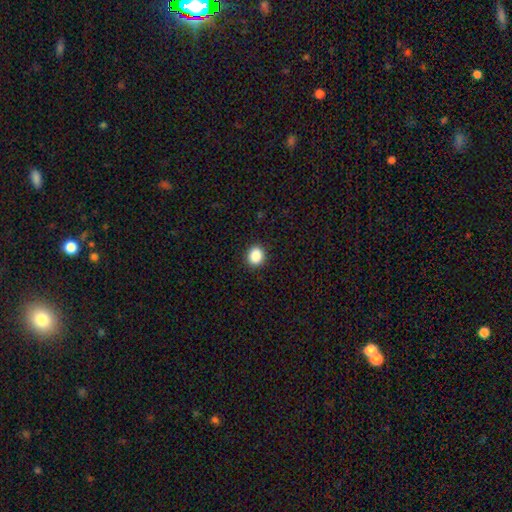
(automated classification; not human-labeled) Overall: smooth (87%). How rounded: round (77%). Merging: none (92%).